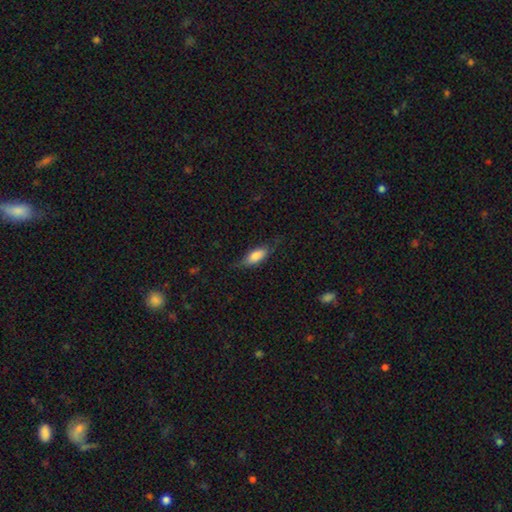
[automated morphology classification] smooth-or-featured: smooth: 80% | featured or disk: 14% | star or artifact: 7%
  how-rounded: in between: 76% | cigar-shaped: 22% | round: 2%
  merging: none: 66% | minor disturbance: 25% | major disturbance: 7% | merger: 1%